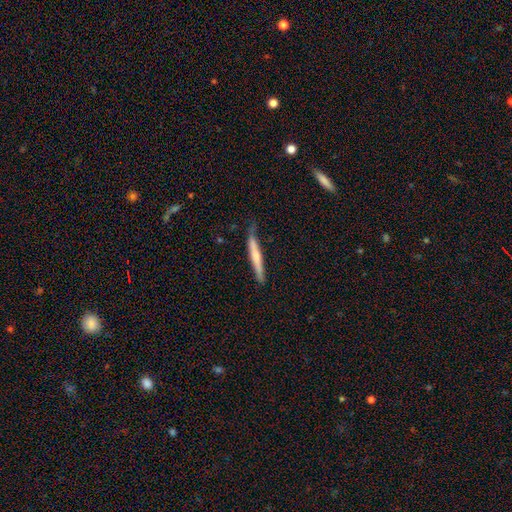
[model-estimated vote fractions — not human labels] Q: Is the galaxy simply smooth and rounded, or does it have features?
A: smooth — 55%.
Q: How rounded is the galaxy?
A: cigar-shaped — 96%.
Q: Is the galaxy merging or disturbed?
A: none — 72%.